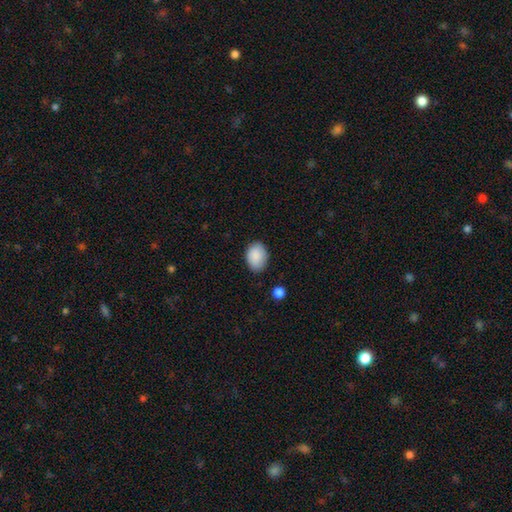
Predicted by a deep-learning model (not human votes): This appears to be a smooth galaxy with no disk features (89%) that is in between round and cigar-shaped (81%). Merging: none (80%).